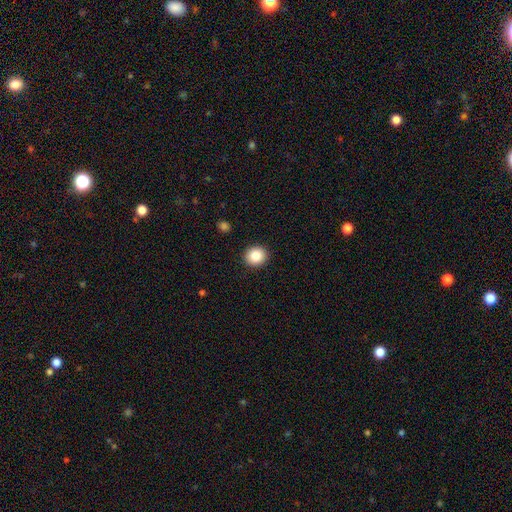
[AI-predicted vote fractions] Morphology: type=smooth (86%); roundness=round (84%); merging=none (92%).